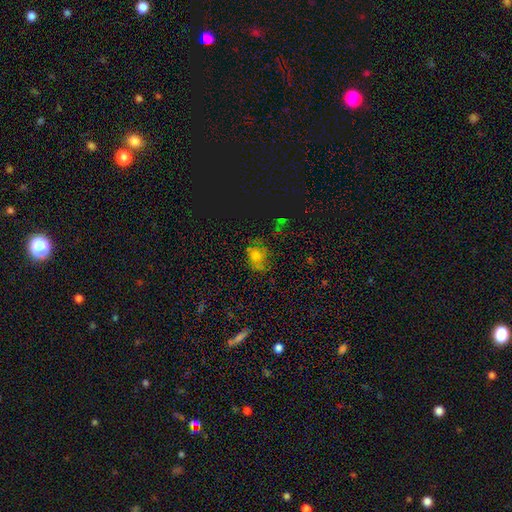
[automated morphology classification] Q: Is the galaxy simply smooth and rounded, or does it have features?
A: smooth — 57%.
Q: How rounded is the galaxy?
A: round — 49%, tied with in between.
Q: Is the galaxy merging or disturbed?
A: none — 57%.